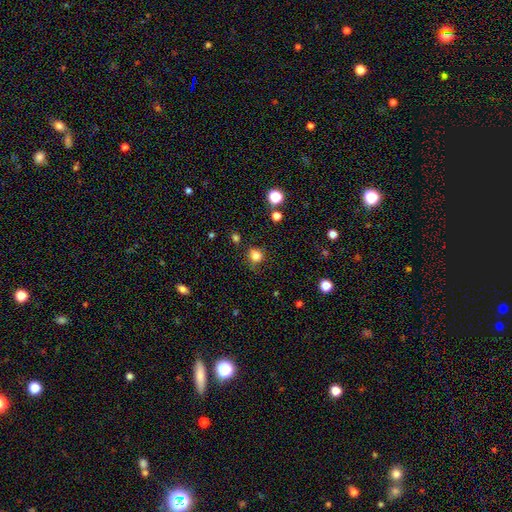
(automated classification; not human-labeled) Smooth or featured: smooth — 81% (star or artifact — 14%)
How rounded: round — 83% (in between — 16%)
Merging: none — 77% (minor disturbance — 16%)